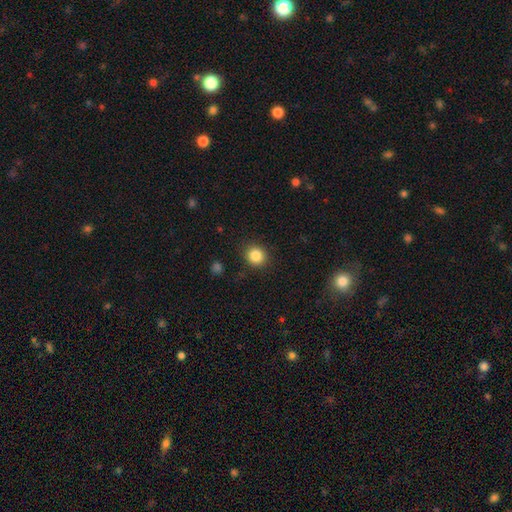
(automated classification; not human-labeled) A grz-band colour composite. It shows a smooth galaxy with no disk features (86%) that is round (87%). Merging: none (89%).